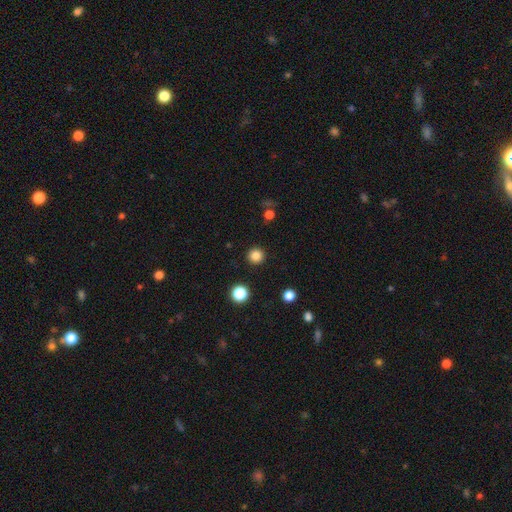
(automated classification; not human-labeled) The model was most divided on "smooth or featured": smooth: 84%, star or artifact: 13%, featured or disk: 3%. More confident: how rounded — round (96%); merging — none (93%).